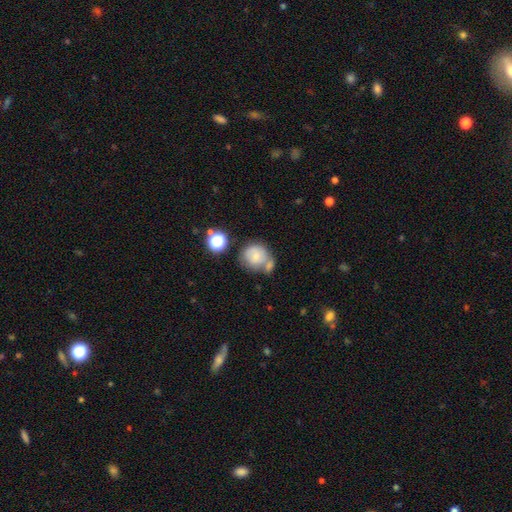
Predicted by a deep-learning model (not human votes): Smooth or featured? Predicted: smooth (p=0.73). How rounded? Predicted: round (p=0.82). Merging? Predicted: none (p=0.41).